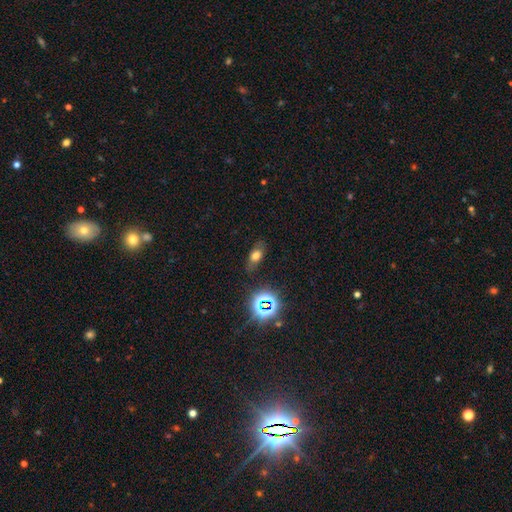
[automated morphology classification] Smooth or featured: smooth — 63% (star or artifact — 21%)
How rounded: in between — 78% (round — 13%)
Merging: none — 78% (minor disturbance — 15%)